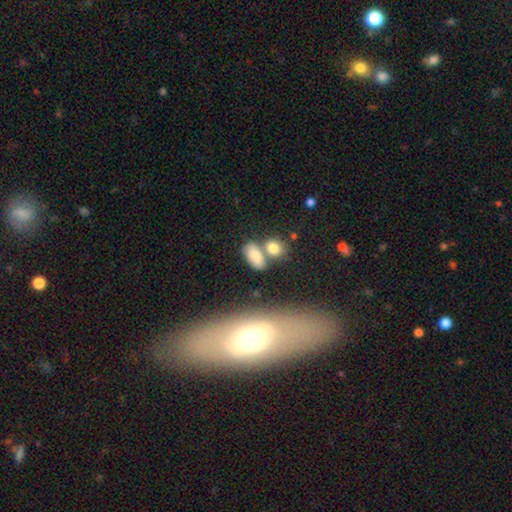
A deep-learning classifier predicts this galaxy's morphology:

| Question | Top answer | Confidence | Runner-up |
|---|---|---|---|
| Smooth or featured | smooth | 78% | featured or disk (11%) |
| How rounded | in between | 82% | round (11%) |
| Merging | none | 51% | merger (31%) |